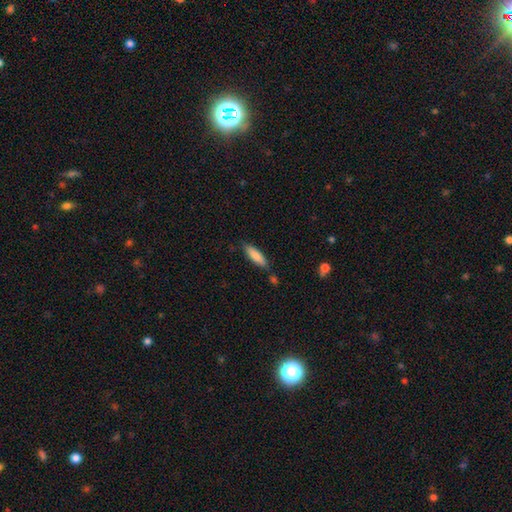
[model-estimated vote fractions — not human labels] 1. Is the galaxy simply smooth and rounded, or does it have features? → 81% smooth, 13% featured or disk, 6% star or artifact.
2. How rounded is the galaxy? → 61% cigar-shaped, 37% in between, 1% round.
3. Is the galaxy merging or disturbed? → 77% none, 15% minor disturbance, 5% merger, 3% major disturbance.